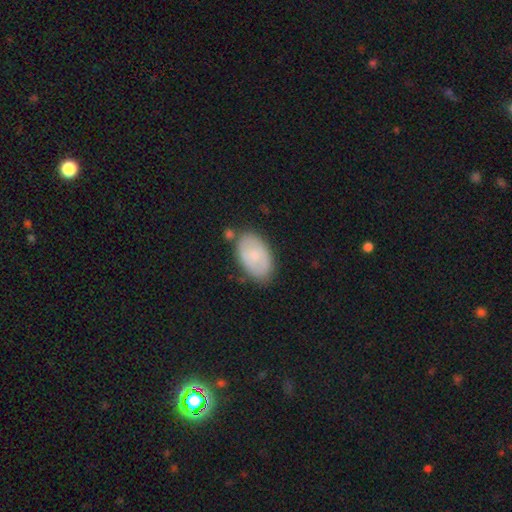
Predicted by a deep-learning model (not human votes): The model was most divided on "smooth or featured": smooth: 61%, featured or disk: 32%, star or artifact: 7%. More confident: how rounded — in between (93%); merging — none (74%).